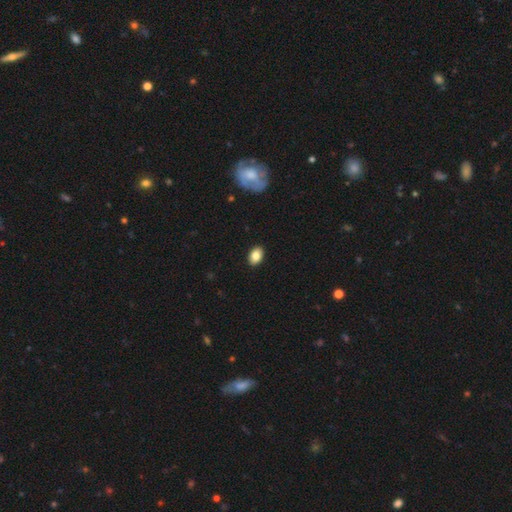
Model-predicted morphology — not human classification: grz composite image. It shows a smooth galaxy with no disk features (87%) that is in between round and cigar-shaped (85%). Merging: none (90%).